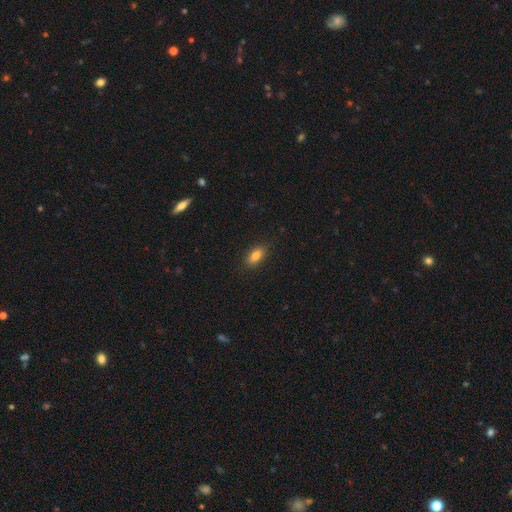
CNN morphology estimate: Smooth or featured? smooth (83%)
How rounded? in between (86%)
Merging? none (88%)